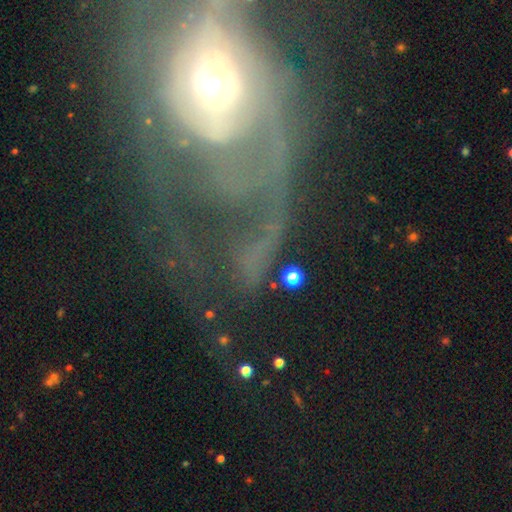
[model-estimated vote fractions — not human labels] smooth-or-featured: featured or disk: 68% | smooth: 16% | star or artifact: 16%
  disk-edge-on: no: 92% | yes: 8%
    bar: no: 60% | weak: 24% | strong: 16%
    has-spiral-arms: yes: 64% | no: 36%
    bulge-size: moderate: 59% | small: 22% | large: 12% | dominant: 4% | none: 3%
  merging: major disturbance: 46% | none: 34% | minor disturbance: 13% | merger: 7%